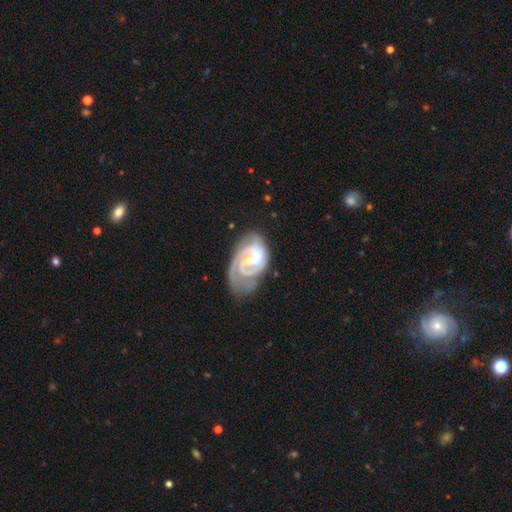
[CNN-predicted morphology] A featured or disk galaxy (83%) with no bar (52%), 2 (41%) tight (54%) spiral arms (91%) and a small central bulge (51%). Merging: none (35%).